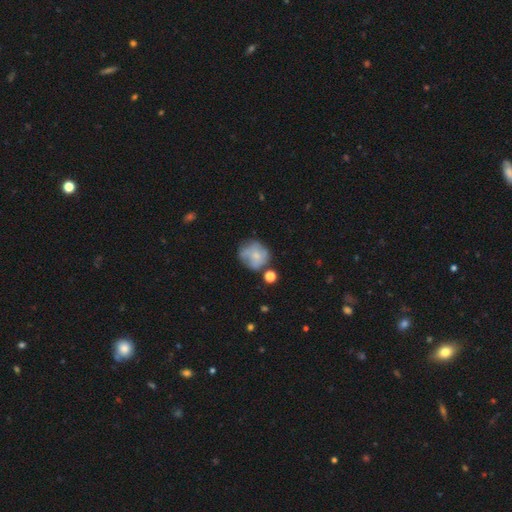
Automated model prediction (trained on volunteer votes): Q: Smooth or featured?
A: smooth (55%); runner-up: featured or disk (36%)
Q: How rounded?
A: round (81%); runner-up: in between (18%)
Q: Merging?
A: none (53%); runner-up: minor disturbance (24%)